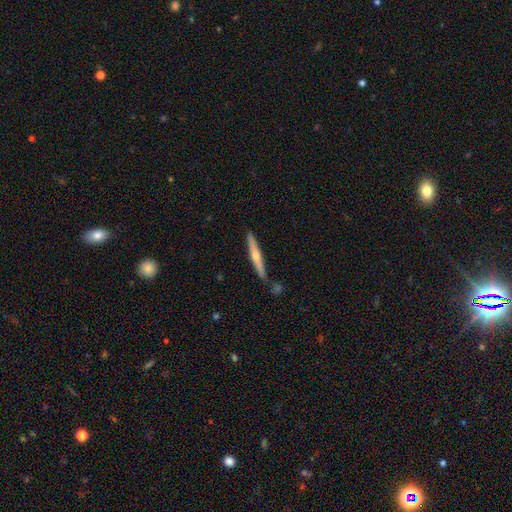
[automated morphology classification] Q: Smooth or featured?
A: featured or disk (67%); runner-up: smooth (27%)
Q: Edge-on disk?
A: yes (97%); runner-up: no (3%)
Q: Edge-on bulge?
A: rounded (85%); runner-up: none (12%)
Q: Merging?
A: none (86%); runner-up: minor disturbance (9%)